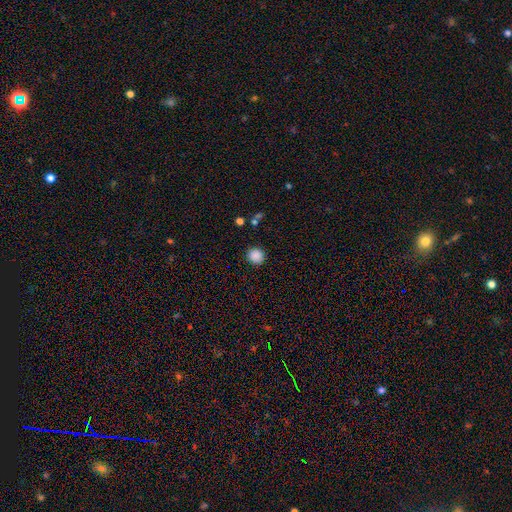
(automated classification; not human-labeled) Q: Smooth or featured?
A: smooth (87%); runner-up: star or artifact (10%)
Q: How rounded?
A: round (89%); runner-up: in between (10%)
Q: Merging?
A: none (89%); runner-up: minor disturbance (7%)